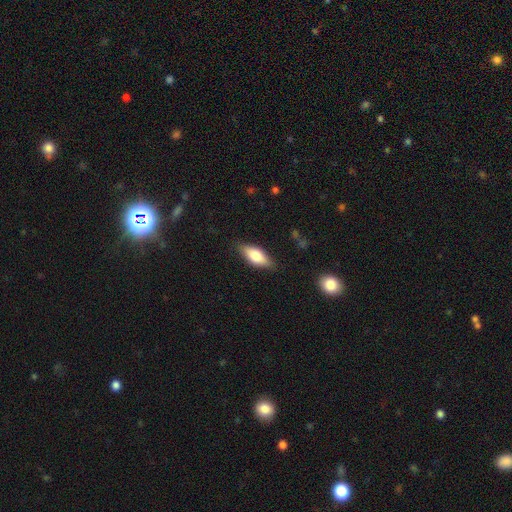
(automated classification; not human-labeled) smooth_or_featured: smooth (p=0.70) [alt: featured or disk p=0.24]
how_rounded: in between (p=0.77) [alt: cigar-shaped p=0.20]
merging: none (p=0.82) [alt: minor disturbance p=0.14]